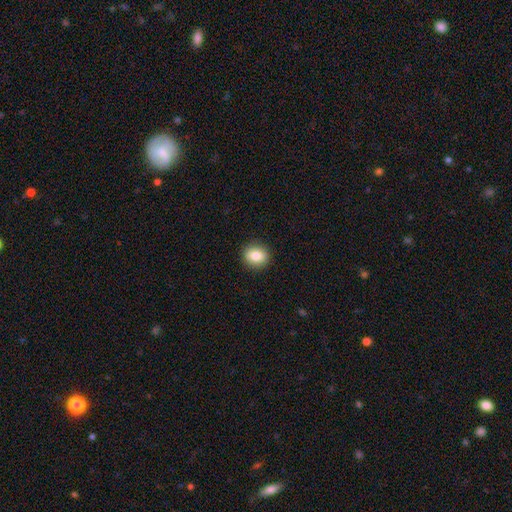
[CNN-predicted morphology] Q: Smooth or featured?
A: smooth (83%); runner-up: star or artifact (9%)
Q: How rounded?
A: round (73%); runner-up: in between (26%)
Q: Merging?
A: none (91%); runner-up: minor disturbance (6%)